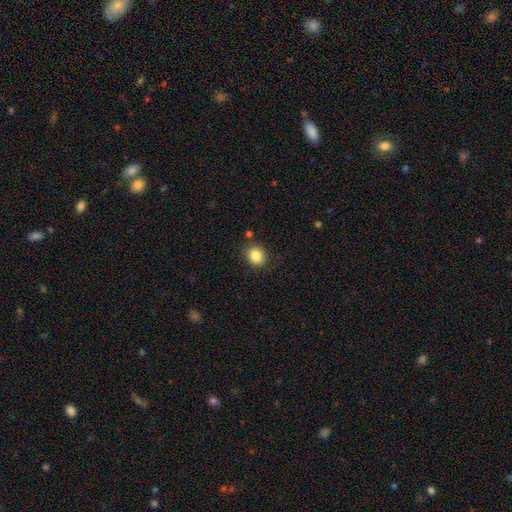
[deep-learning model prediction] This is clearly a smooth galaxy (85%). How rounded: likely round (67%). Merging: clearly none (84%).